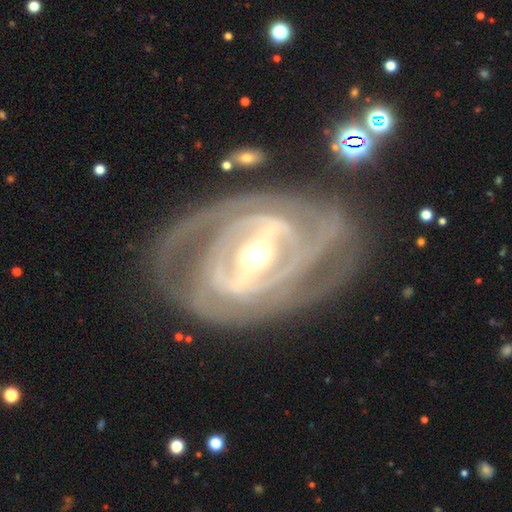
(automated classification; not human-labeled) Smooth or featured? featured or disk (91%)
Edge-on disk? no (95%)
Bar? strong (65%)
Spiral arms? yes (94%)
Spiral winding? tight (68%)
Spiral arm count? 2 (37%)
Bulge size? moderate (63%)
Merging? none (74%)